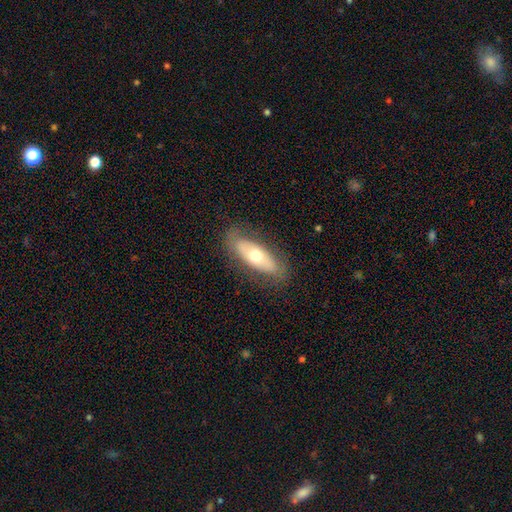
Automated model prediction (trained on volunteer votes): Overall: smooth (52%; featured or disk 42%). How rounded: in between (73%). Merging: none (81%).